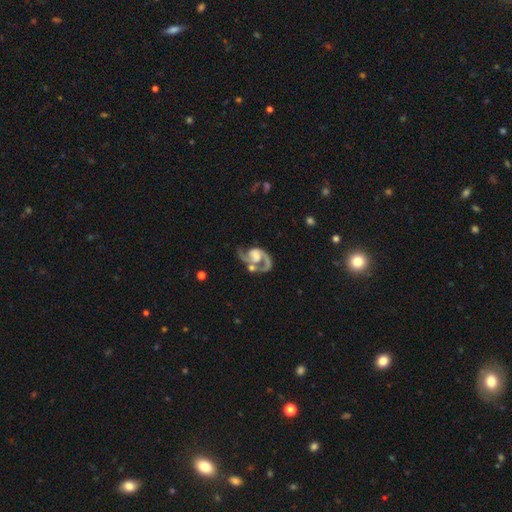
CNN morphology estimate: The model was most divided on "bulge size": moderate: 30%, none: 26%, large: 22%, small: 19%, dominant: 3%. Remaining: edge-on disk — no (98%); spiral arms — yes (96%); smooth or featured — featured or disk (88%); spiral arm count — 2 (78%); spiral winding — medium (54%); bar — no (49%); merging — none (45%).